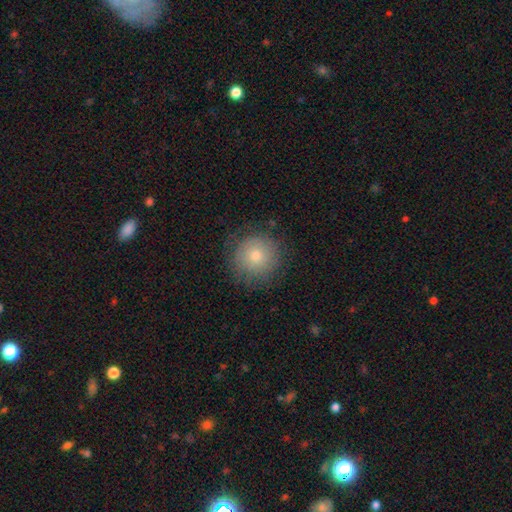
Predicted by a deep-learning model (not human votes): Smooth or featured?
  - smooth: 71% *
  - featured or disk: 17%
  - star or artifact: 12%
How rounded?
  - round: 95% *
  - in between: 4%
  - cigar-shaped: 1%
Merging?
  - none: 82% *
  - minor disturbance: 12%
  - major disturbance: 4%
  - merger: 1%